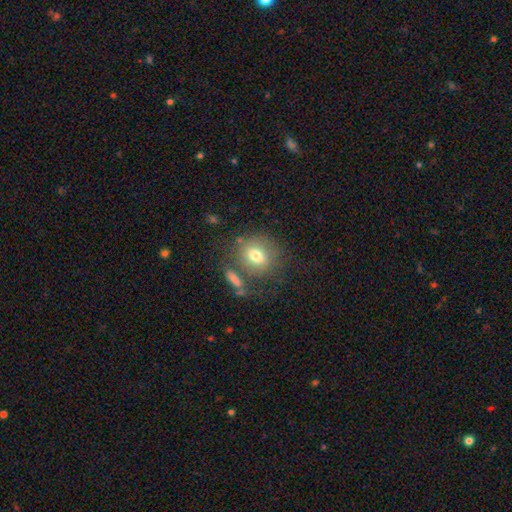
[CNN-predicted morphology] smooth 72%, featured or disk 17%, star or artifact 10%. Down the decision tree: how rounded — round (70%); merging — none (66%).